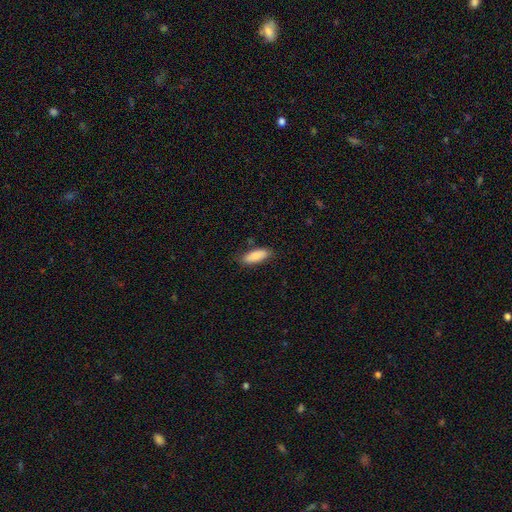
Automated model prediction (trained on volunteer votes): This is clearly a smooth galaxy (85%). How rounded: likely in between (73%). Merging: clearly none (82%).